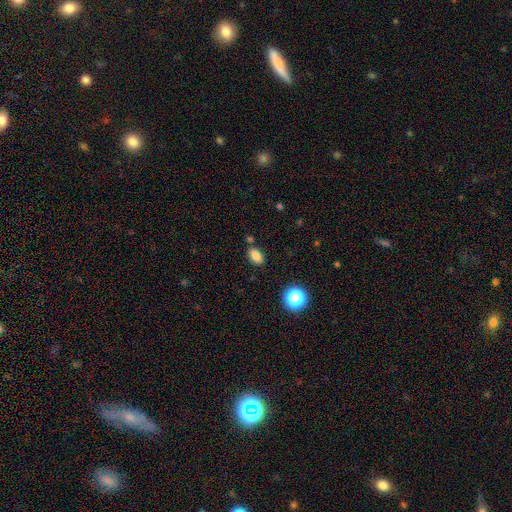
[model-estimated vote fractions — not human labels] smooth 82%, star or artifact 12%, featured or disk 6%. Down the decision tree: how rounded — in between (85%); merging — none (80%).